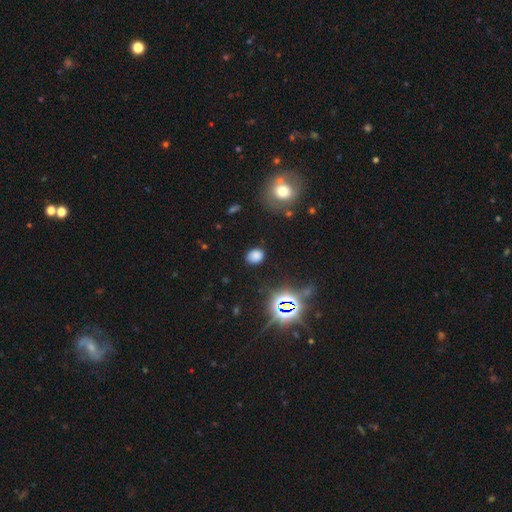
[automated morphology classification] Q: Smooth or featured?
A: smooth (72%); runner-up: star or artifact (22%)
Q: How rounded?
A: round (50%); runner-up: in between (49%)
Q: Merging?
A: none (82%); runner-up: minor disturbance (12%)